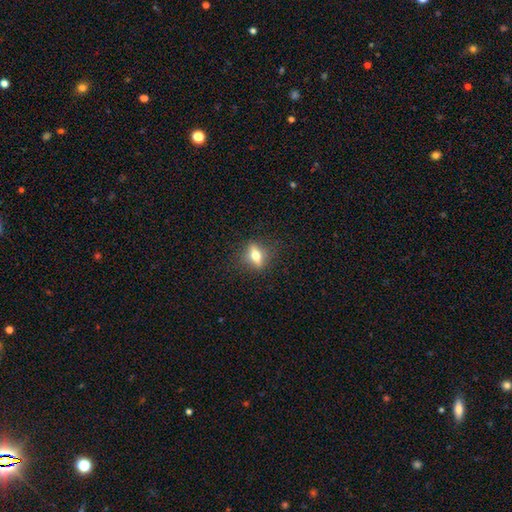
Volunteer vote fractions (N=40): This is possibly a featured or disk galaxy (55%). It is likely viewed edge-on (77%). Edge-on bulge: clearly rounded (94%). Merging: clearly none (82%).